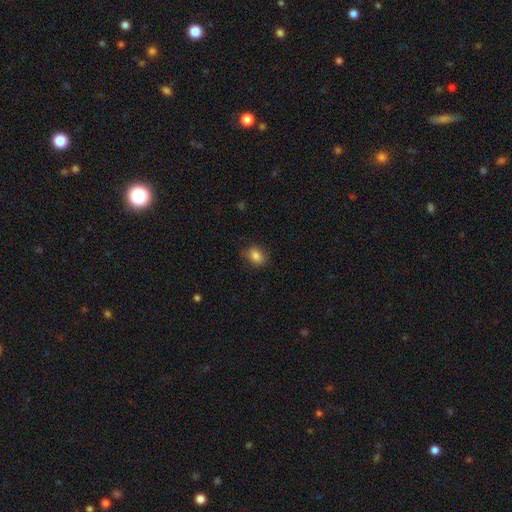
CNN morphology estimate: smooth_or_featured: smooth (p=0.85) [alt: star or artifact p=0.09]
how_rounded: in between (p=0.67) [alt: round p=0.31]
merging: none (p=0.82) [alt: minor disturbance p=0.14]